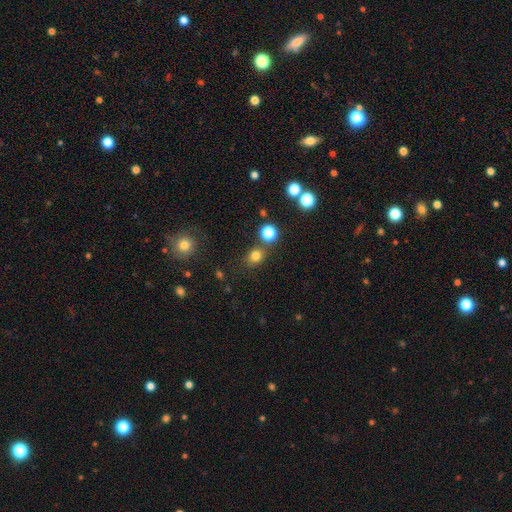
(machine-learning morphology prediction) Smooth or featured? smooth (77%)
How rounded? round (69%)
Merging? none (76%)